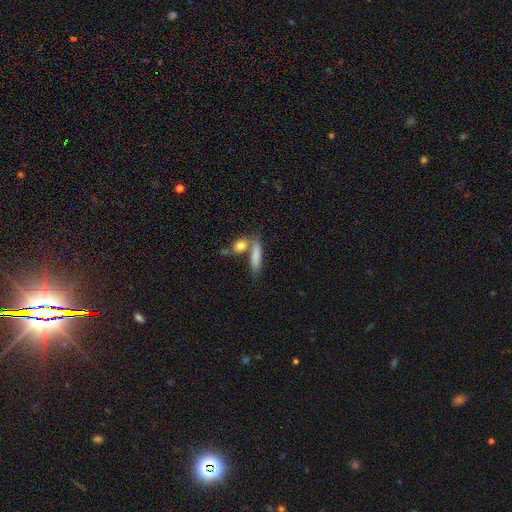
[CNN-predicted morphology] This is likely a smooth galaxy (79%). How rounded: likely cigar-shaped (64%). Merging: possibly none (54%).